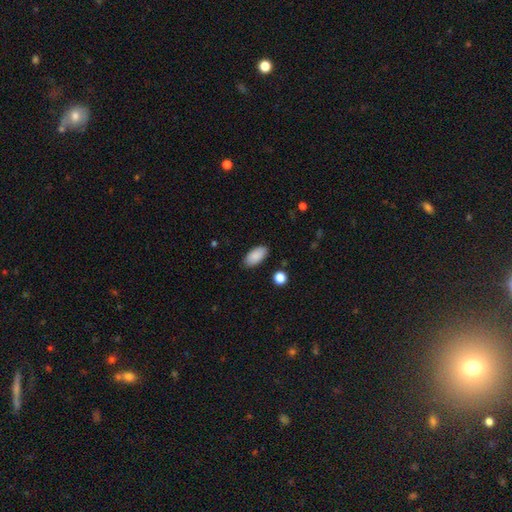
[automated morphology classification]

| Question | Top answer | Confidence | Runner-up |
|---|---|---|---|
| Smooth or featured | smooth | 89% | star or artifact (7%) |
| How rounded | in between | 93% | cigar-shaped (4%) |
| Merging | none | 88% | minor disturbance (9%) |